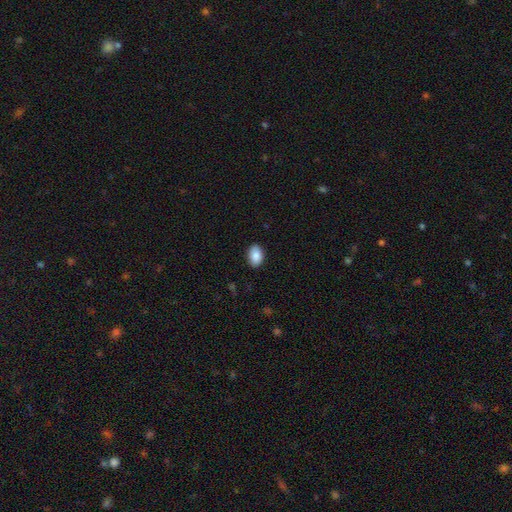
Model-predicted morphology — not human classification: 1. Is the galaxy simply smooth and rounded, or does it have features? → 88% smooth, 7% star or artifact, 5% featured or disk.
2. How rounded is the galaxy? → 88% in between, 11% round, 1% cigar-shaped.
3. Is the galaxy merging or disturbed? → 89% none, 8% minor disturbance, 2% major disturbance, 1% merger.